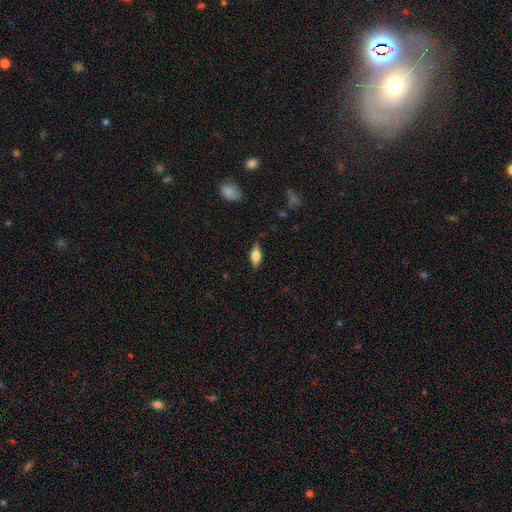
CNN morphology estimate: This is possibly a smooth galaxy (50%). How rounded: likely in between (71%). Merging: clearly none (82%).